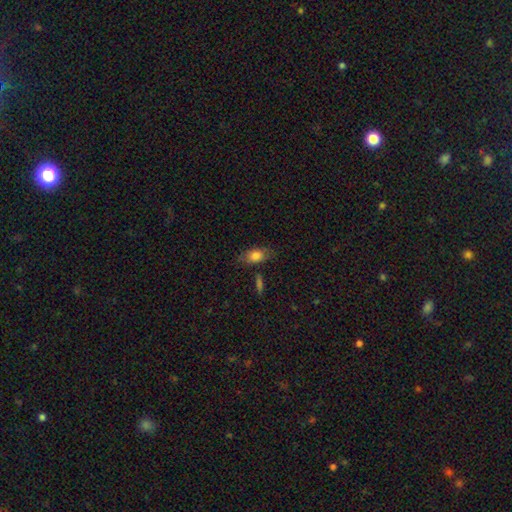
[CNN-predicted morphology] type=smooth (78%); roundness=in between (84%); merging=none (70%).